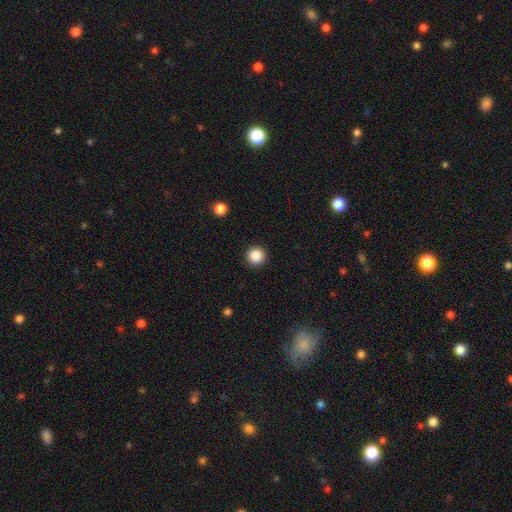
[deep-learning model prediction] Smooth or featured? Predicted: smooth (p=0.87). How rounded? Predicted: round (p=0.96). Merging? Predicted: none (p=0.93).